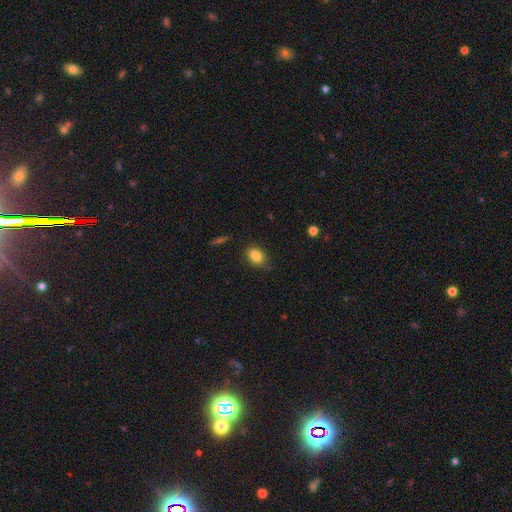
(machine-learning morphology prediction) A smooth galaxy with no disk features (83%) that is in between round and cigar-shaped (65%). Merging: none (72%).